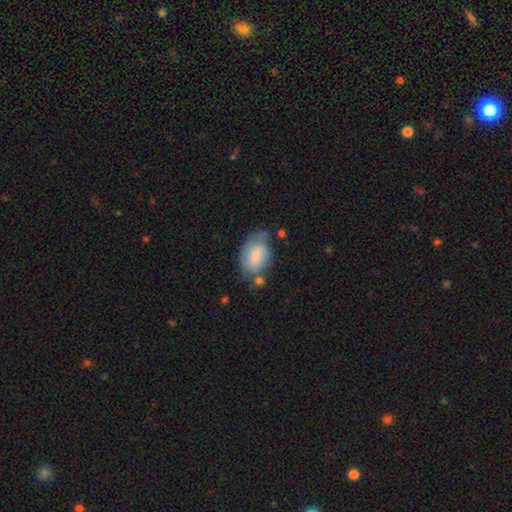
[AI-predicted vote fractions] smooth_or_featured: smooth (p=0.71) [alt: featured or disk p=0.22]
how_rounded: in between (p=0.86) [alt: round p=0.12]
merging: none (p=0.47) [alt: minor disturbance p=0.32]